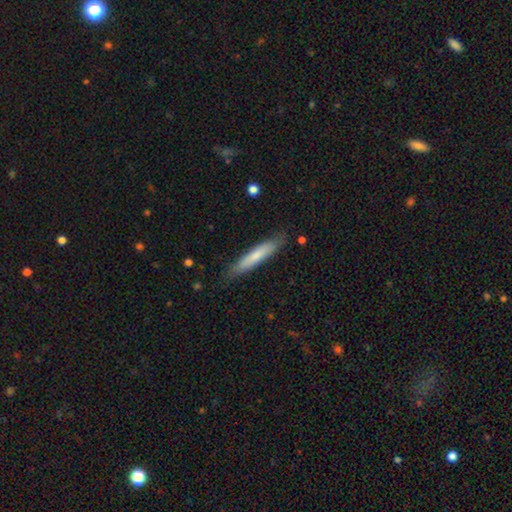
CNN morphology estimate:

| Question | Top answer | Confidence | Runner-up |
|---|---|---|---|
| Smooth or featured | smooth | 69% | featured or disk (26%) |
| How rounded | cigar-shaped | 91% | in between (8%) |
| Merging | none | 84% | minor disturbance (12%) |